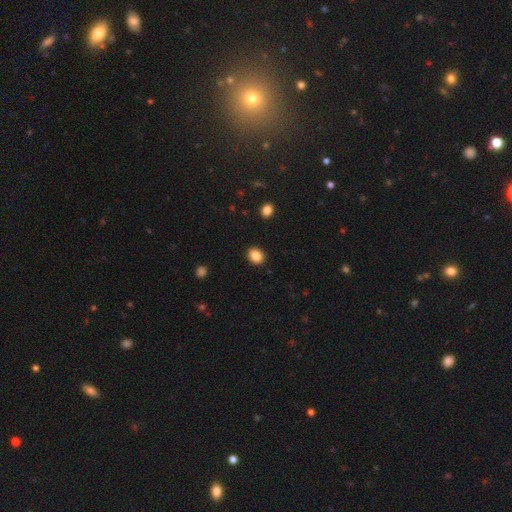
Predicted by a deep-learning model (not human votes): This appears to be a smooth galaxy with no disk features (86%) that is round (53%). Merging: none (90%).